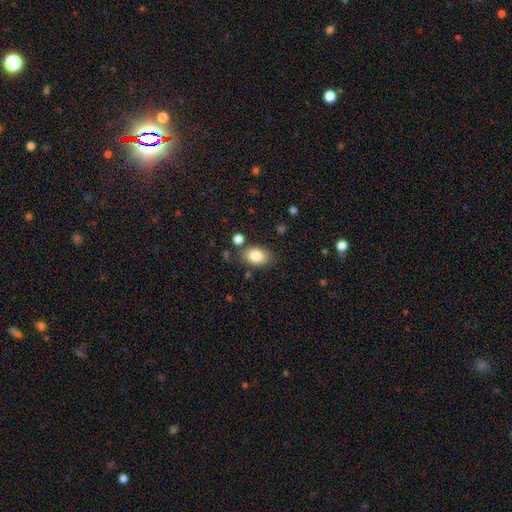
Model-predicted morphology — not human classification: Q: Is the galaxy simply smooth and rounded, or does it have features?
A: smooth — 84%.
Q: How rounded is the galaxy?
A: in between — 85%.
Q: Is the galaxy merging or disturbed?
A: none — 78%.